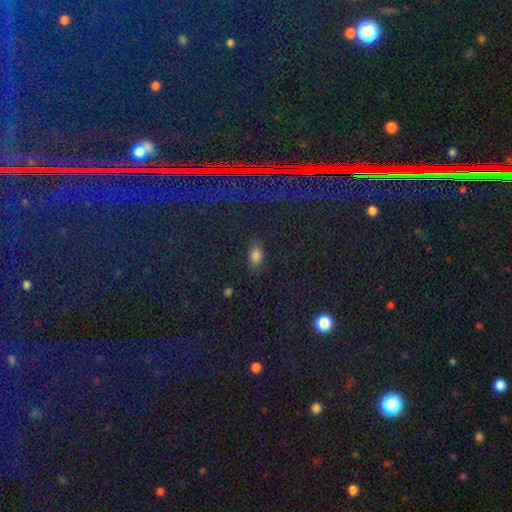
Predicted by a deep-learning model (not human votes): smooth 74%, star or artifact 17%, featured or disk 9%. Down the decision tree: how rounded — in between (88%); merging — none (83%).